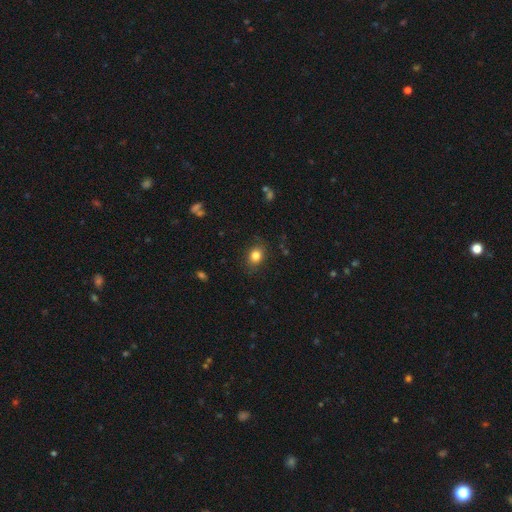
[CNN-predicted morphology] Smooth or featured? Predicted: smooth (p=0.82). How rounded? Predicted: in between (p=0.52). Merging? Predicted: none (p=0.83).